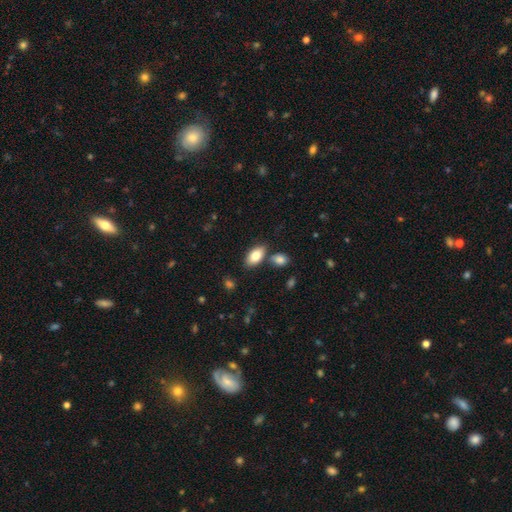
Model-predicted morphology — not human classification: smooth 82%, featured or disk 11%, star or artifact 7%. Down the decision tree: how rounded — in between (92%); merging — none (73%).